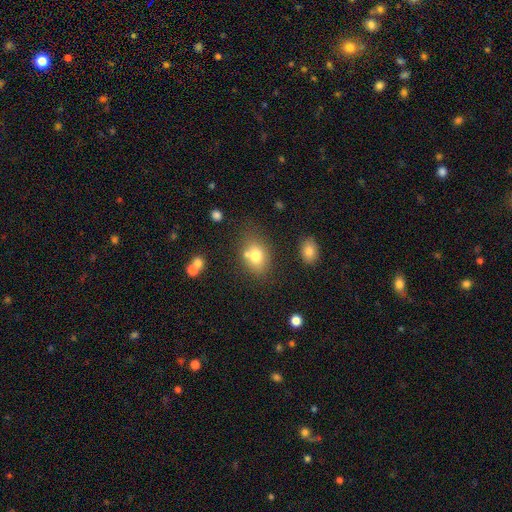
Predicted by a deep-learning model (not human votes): smooth_or_featured: smooth (p=0.73) [alt: featured or disk p=0.15]
how_rounded: in between (p=0.63) [alt: round p=0.35]
merging: none (p=0.59) [alt: merger p=0.20]